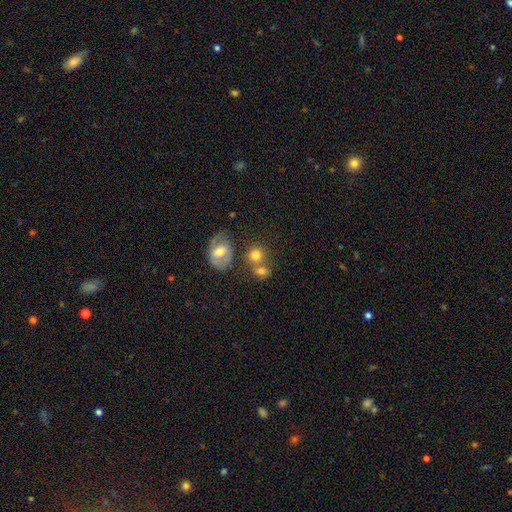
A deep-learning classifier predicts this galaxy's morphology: This appears to be a smooth galaxy with no disk features (74%) that is round (74%). Merging: none (45%).